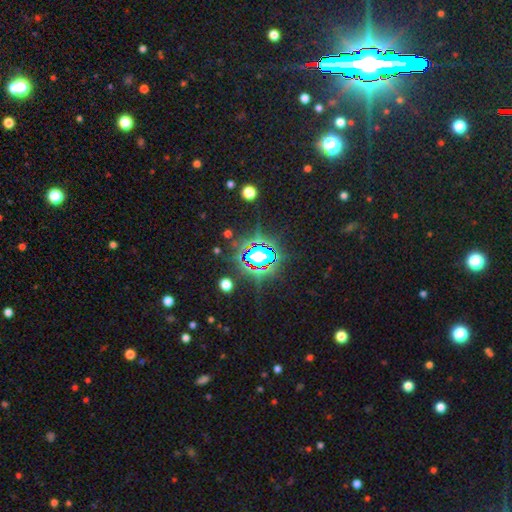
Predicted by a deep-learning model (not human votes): Overall: star or artifact (74%).